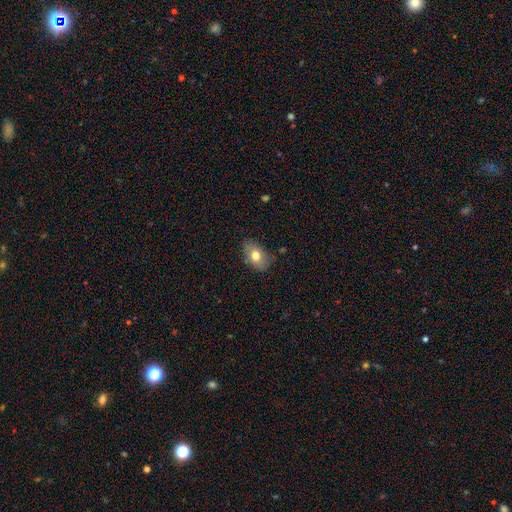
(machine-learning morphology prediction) type=smooth (72%); roundness=in between (86%); merging=none (78%).